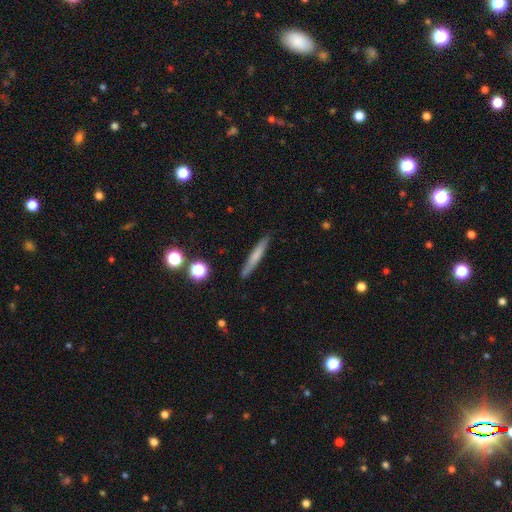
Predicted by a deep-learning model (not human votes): smooth-or-featured: smooth: 62% | featured or disk: 30% | star or artifact: 8%
  how-rounded: cigar-shaped: 94% | in between: 4% | round: 2%
  merging: none: 88% | minor disturbance: 9% | major disturbance: 2% | merger: 2%